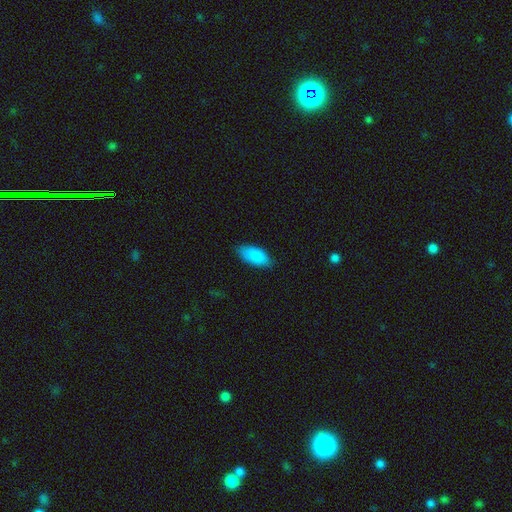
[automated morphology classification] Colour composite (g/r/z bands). It shows a smooth galaxy with no disk features (89%) that is in between round and cigar-shaped (90%). Merging: none (80%).